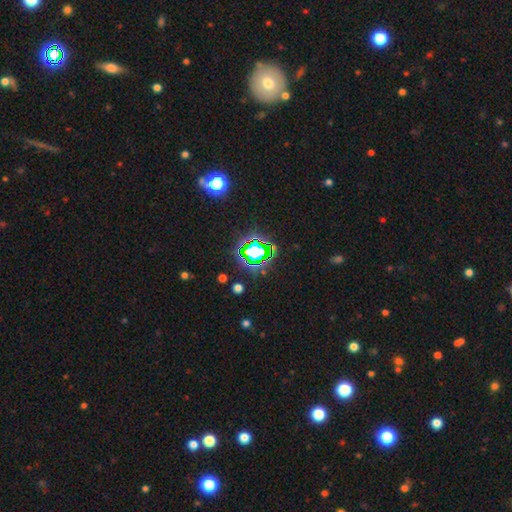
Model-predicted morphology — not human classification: A star or artifact, not a galaxy (71%).

Vote fractions:
- Smooth or featured? star or artifact: 71% / smooth: 18% / featured or disk: 11%